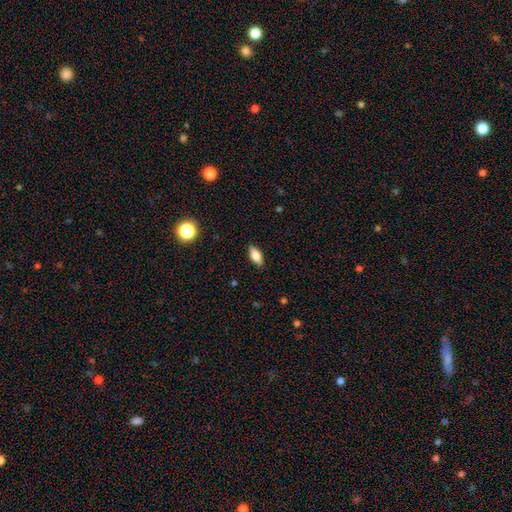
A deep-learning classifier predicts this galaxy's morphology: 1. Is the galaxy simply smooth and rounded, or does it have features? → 77% smooth, 15% featured or disk, 8% star or artifact.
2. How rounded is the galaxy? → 83% in between, 13% cigar-shaped, 3% round.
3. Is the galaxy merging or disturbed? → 88% none, 9% minor disturbance, 2% major disturbance, 1% merger.